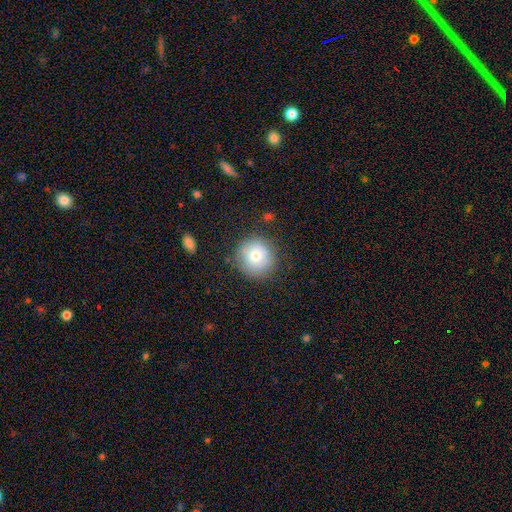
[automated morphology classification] Q: Smooth or featured?
A: smooth (73%); runner-up: featured or disk (16%)
Q: How rounded?
A: round (93%); runner-up: in between (6%)
Q: Merging?
A: none (82%); runner-up: minor disturbance (12%)